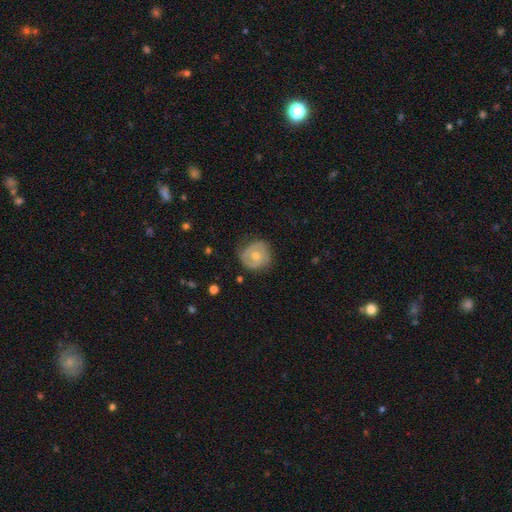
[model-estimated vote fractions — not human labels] A featured or disk galaxy (51%). Merging: none (68%).